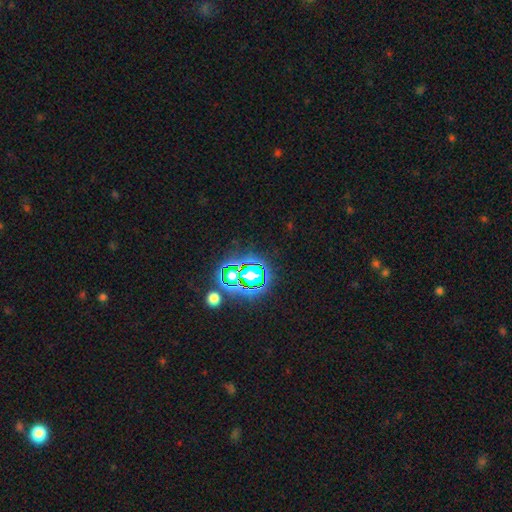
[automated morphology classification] A star or artifact, not a galaxy (78%).

Vote fractions:
- Smooth or featured? star or artifact: 78% / smooth: 13% / featured or disk: 8%